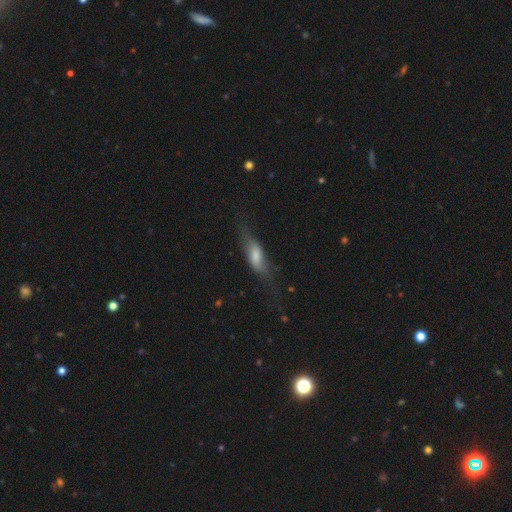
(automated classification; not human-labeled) A smooth galaxy with no disk features (60%) that is in between round and cigar-shaped (64%).

Vote fractions:
- Smooth or featured? smooth: 60% / featured or disk: 32% / star or artifact: 8%
- How rounded? in between: 64% / cigar-shaped: 33% / round: 3%
- Merging? none: 44% / minor disturbance: 29% / major disturbance: 24% / merger: 3%